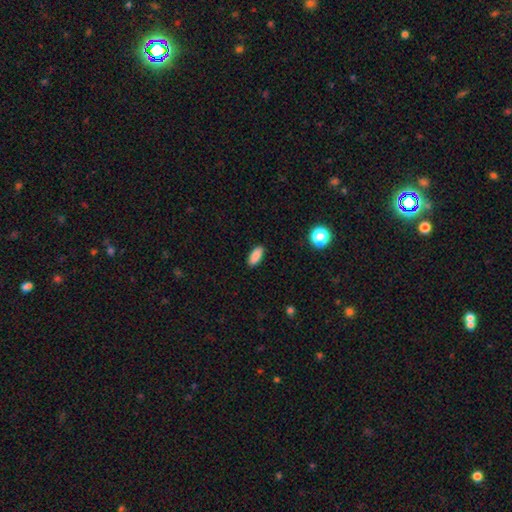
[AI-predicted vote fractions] This appears to be a smooth galaxy with no disk features (88%) that is in between round and cigar-shaped (86%). Merging: none (89%).